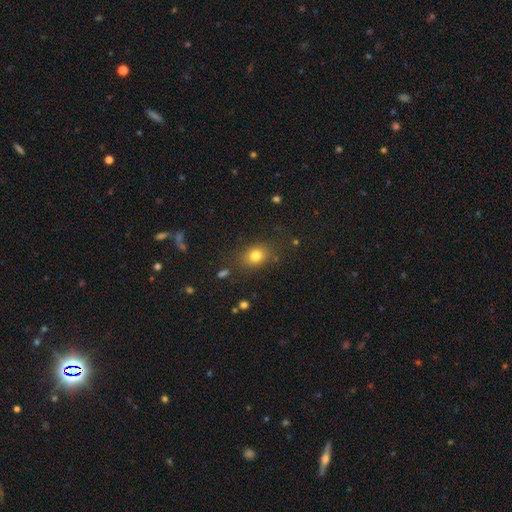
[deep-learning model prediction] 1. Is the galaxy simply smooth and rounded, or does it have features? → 78% smooth, 13% star or artifact, 8% featured or disk.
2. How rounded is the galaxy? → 52% in between, 47% round, 1% cigar-shaped.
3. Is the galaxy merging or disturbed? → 81% none, 12% minor disturbance, 4% major disturbance, 2% merger.